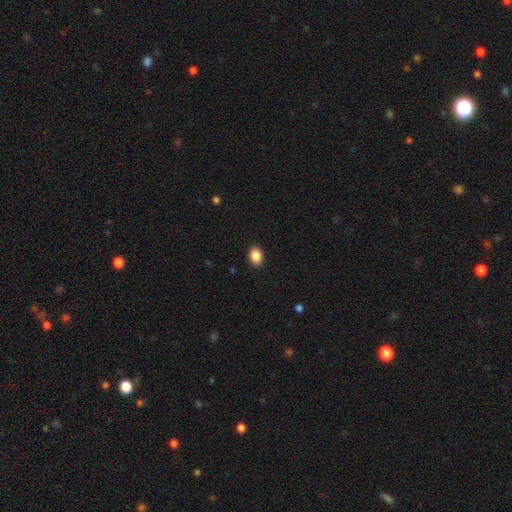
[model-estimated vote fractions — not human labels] Smooth or featured?
  - smooth: 88% *
  - star or artifact: 8%
  - featured or disk: 4%
How rounded?
  - in between: 77% *
  - round: 22%
  - cigar-shaped: 1%
Merging?
  - none: 90% *
  - minor disturbance: 7%
  - major disturbance: 2%
  - merger: 1%